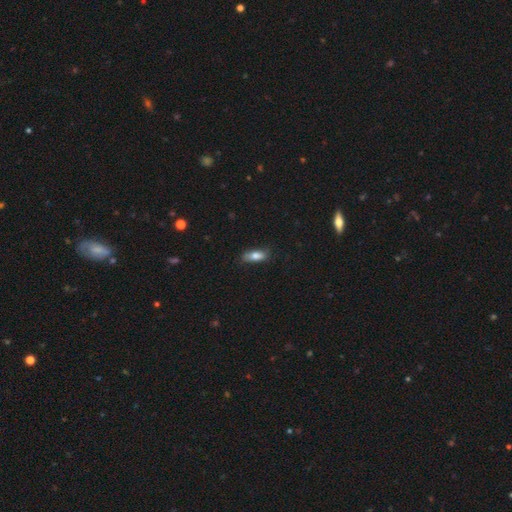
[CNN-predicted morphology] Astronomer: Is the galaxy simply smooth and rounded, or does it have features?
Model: smooth — 79%.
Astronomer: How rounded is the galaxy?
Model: in between — 74%.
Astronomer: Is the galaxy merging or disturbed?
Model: none — 76%.